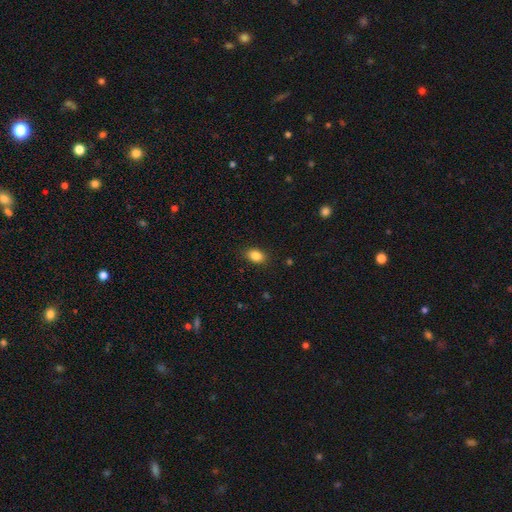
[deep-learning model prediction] Morphology: type=smooth (86%); roundness=in between (81%); merging=none (88%).